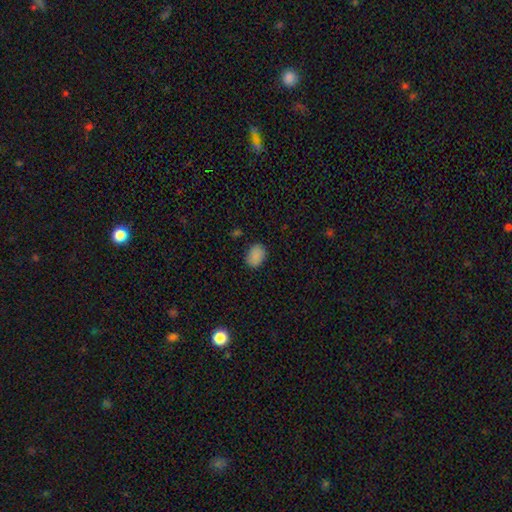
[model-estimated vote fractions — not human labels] smooth-or-featured: smooth: 88% | star or artifact: 9% | featured or disk: 3%
  how-rounded: in between: 73% | round: 26% | cigar-shaped: 1%
  merging: none: 85% | minor disturbance: 11% | major disturbance: 2% | merger: 1%